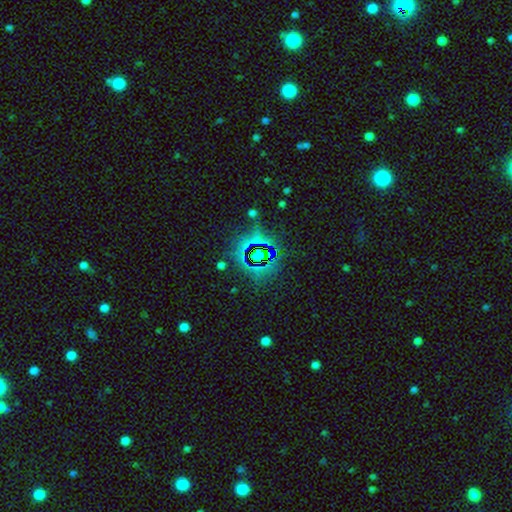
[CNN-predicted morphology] smooth_or_featured: star or artifact (p=0.71) [alt: smooth p=0.18]